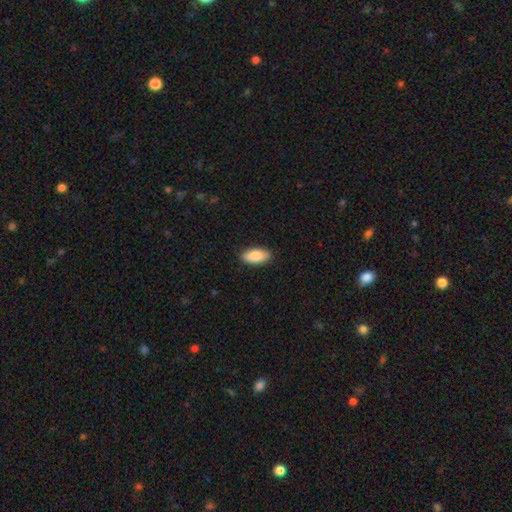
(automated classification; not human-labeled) This appears to be a smooth galaxy with no disk features (87%) that is in between round and cigar-shaped (92%). Merging: none (89%).